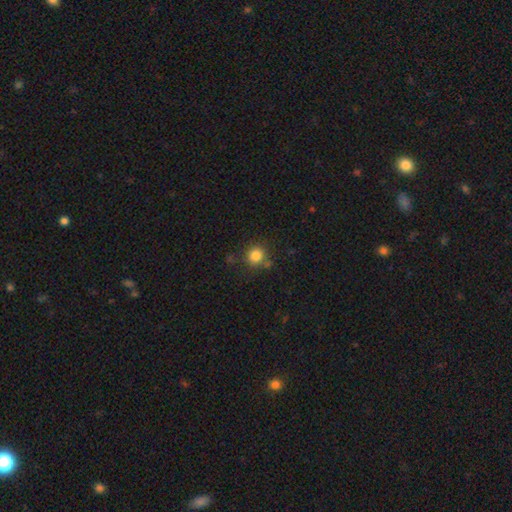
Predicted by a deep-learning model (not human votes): Morphology: type=smooth (83%); roundness=round (90%); merging=none (76%).